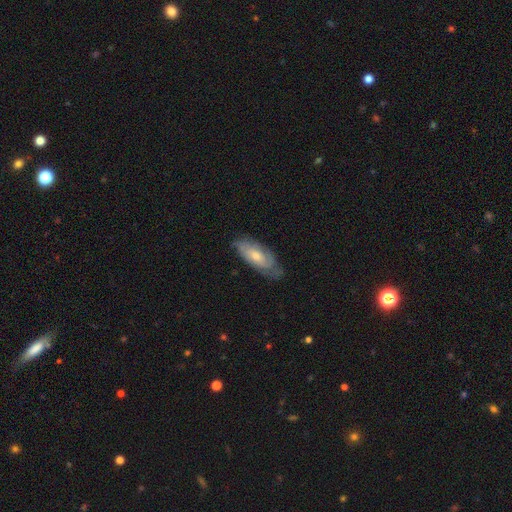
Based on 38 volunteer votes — Volunteers were most divided on "smooth or featured": featured or disk: 55%, smooth: 37%, star or artifact: 8%. More confident: spiral arms — yes (100%); bar — no (80%); spiral winding — tight (73%); edge-on disk — no (71%); bulge size — moderate (67%); spiral arm count — can't tell (67%); merging — none (57%).